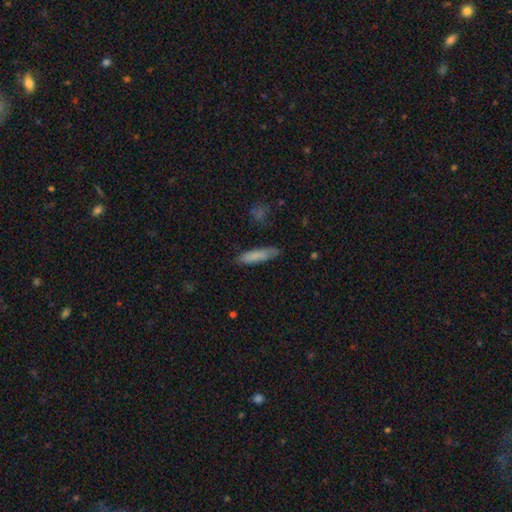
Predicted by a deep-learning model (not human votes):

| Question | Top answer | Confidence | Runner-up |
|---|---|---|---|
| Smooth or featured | smooth | 79% | featured or disk (14%) |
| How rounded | cigar-shaped | 73% | in between (26%) |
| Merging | none | 78% | minor disturbance (17%) |